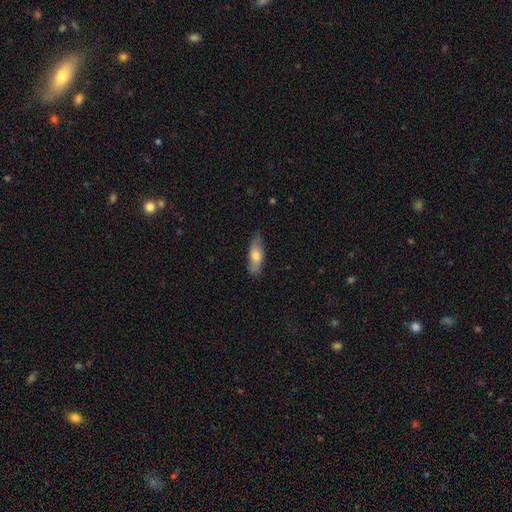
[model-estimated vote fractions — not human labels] Smooth or featured? Predicted: smooth (p=0.66). How rounded? Predicted: in between (p=0.59). Merging? Predicted: none (p=0.78).